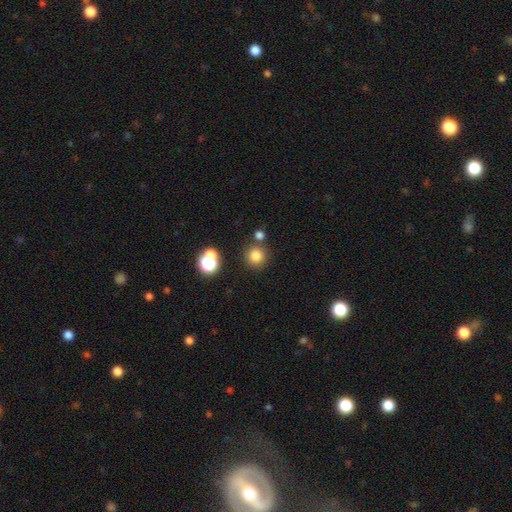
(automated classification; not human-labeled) Smooth or featured: smooth — 79% (star or artifact — 15%)
How rounded: round — 93% (in between — 6%)
Merging: none — 78% (merger — 11%)